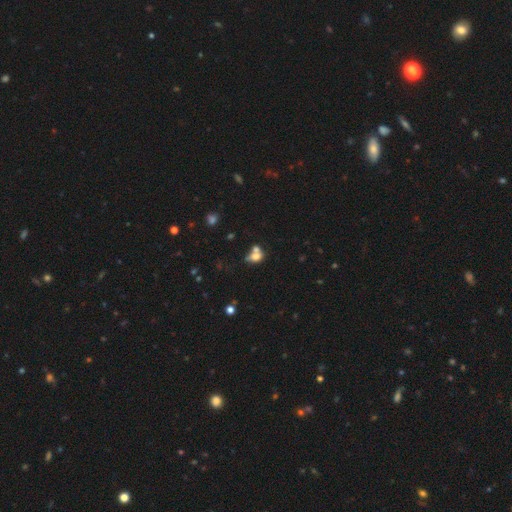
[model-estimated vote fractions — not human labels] Morphology: type=smooth (70%); roundness=in between (66%); merging=merger (55%).